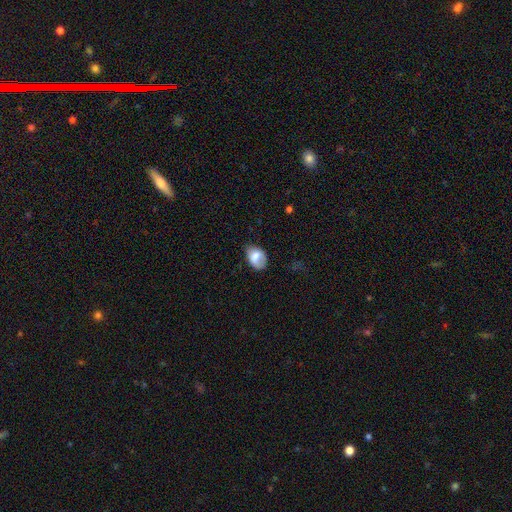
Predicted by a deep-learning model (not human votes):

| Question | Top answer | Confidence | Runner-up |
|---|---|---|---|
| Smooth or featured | smooth | 74% | featured or disk (18%) |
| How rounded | in between | 81% | round (18%) |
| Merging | none | 49% | minor disturbance (33%) |